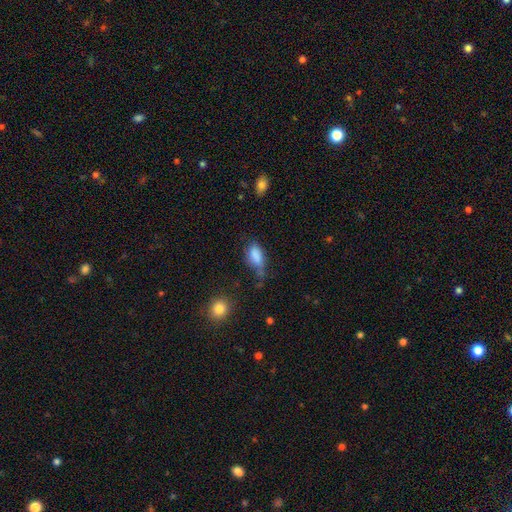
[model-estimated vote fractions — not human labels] Smooth or featured? smooth (78%)
How rounded? in between (86%)
Merging? minor disturbance (36%)